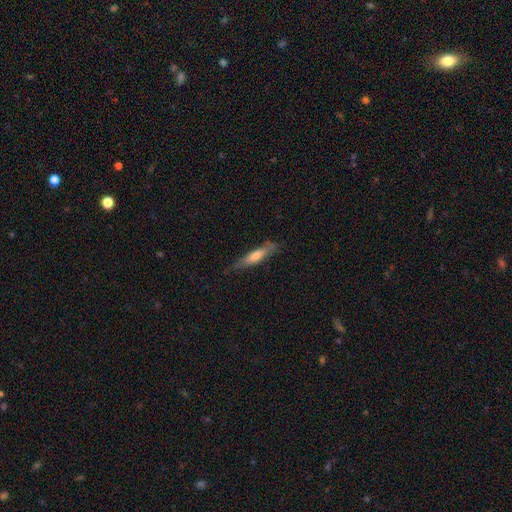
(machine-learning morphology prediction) The model was most divided on "smooth or featured": smooth: 54%, featured or disk: 39%, star or artifact: 6%. More confident: how rounded — cigar-shaped (81%); merging — none (73%).